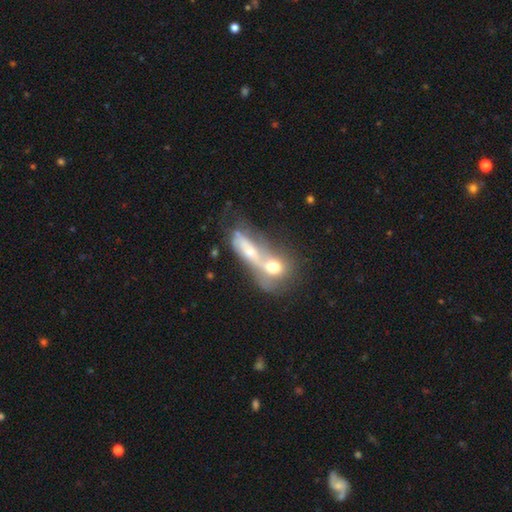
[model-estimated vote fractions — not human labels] This appears to be a featured or disk galaxy (45%). Merging: merger (73%).